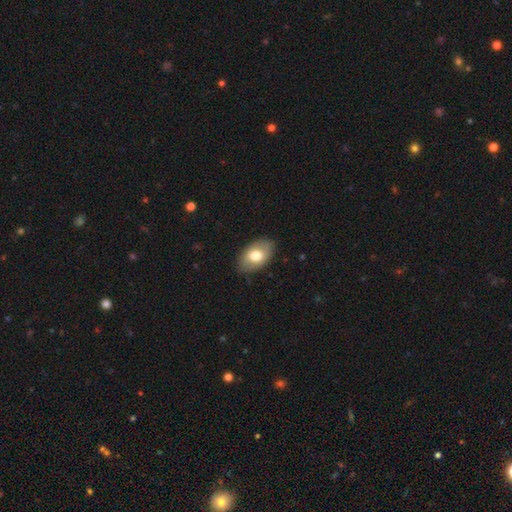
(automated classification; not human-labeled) Q: Smooth or featured?
A: smooth (73%); runner-up: featured or disk (21%)
Q: How rounded?
A: in between (92%); runner-up: round (6%)
Q: Merging?
A: none (84%); runner-up: minor disturbance (12%)